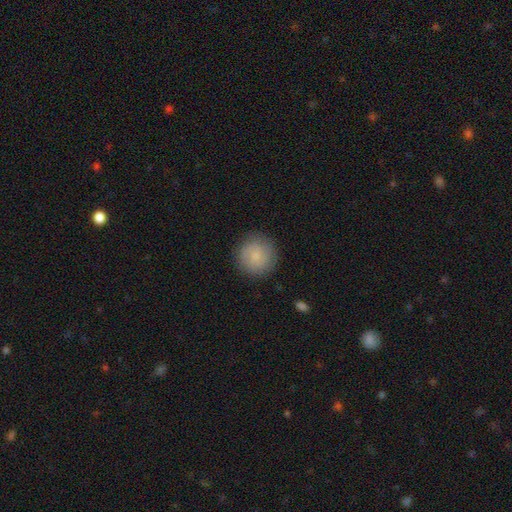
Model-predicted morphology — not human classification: A smooth galaxy with no disk features (76%) that is round (93%).

Vote fractions:
- Smooth or featured? smooth: 76% / featured or disk: 18% / star or artifact: 7%
- How rounded? round: 93% / in between: 6% / cigar-shaped: 1%
- Merging? none: 87% / minor disturbance: 9% / major disturbance: 3% / merger: 1%